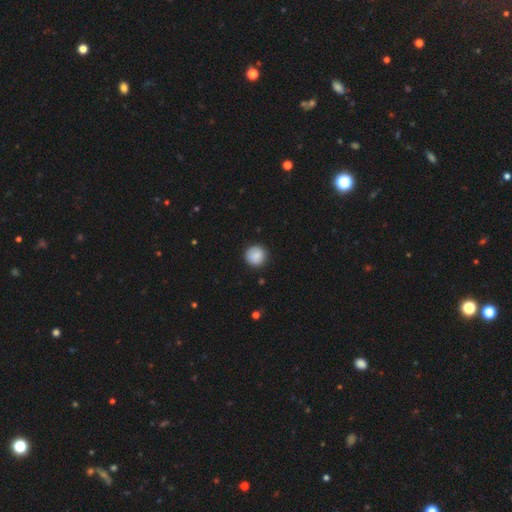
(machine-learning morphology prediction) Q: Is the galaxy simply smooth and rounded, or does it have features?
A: smooth — 87%.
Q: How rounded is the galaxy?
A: round — 94%.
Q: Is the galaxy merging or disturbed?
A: none — 90%.